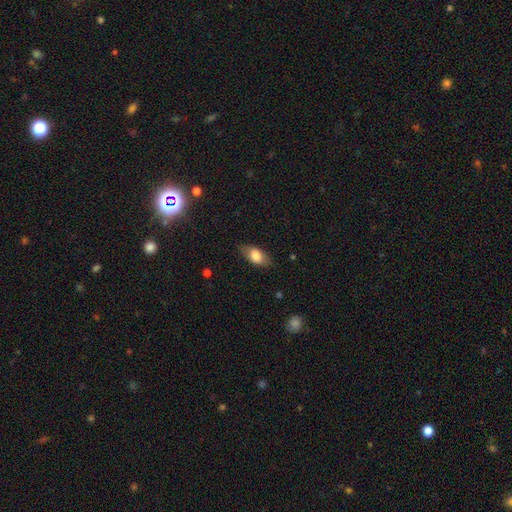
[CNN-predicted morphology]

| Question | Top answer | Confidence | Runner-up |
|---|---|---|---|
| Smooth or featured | smooth | 77% | featured or disk (16%) |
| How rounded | in between | 87% | cigar-shaped (8%) |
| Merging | none | 76% | minor disturbance (18%) |